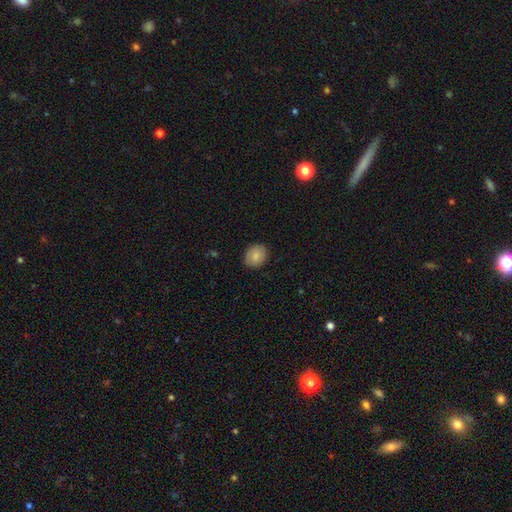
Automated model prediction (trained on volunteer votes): Smooth or featured? Predicted: smooth (p=0.84). How rounded? Predicted: round (p=0.58). Merging? Predicted: none (p=0.86).